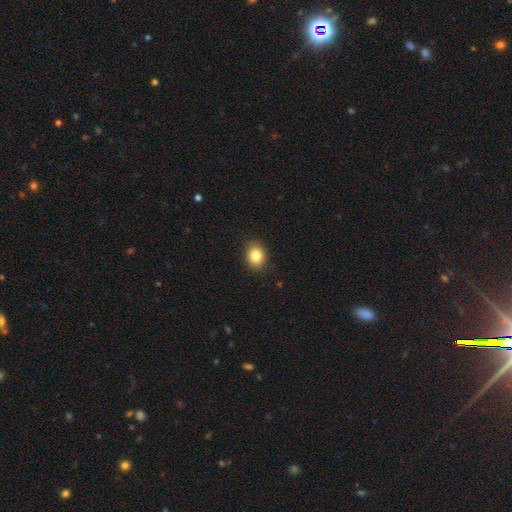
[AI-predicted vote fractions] This appears to be a smooth galaxy with no disk features (84%) that is round (53%). Merging: none (88%).